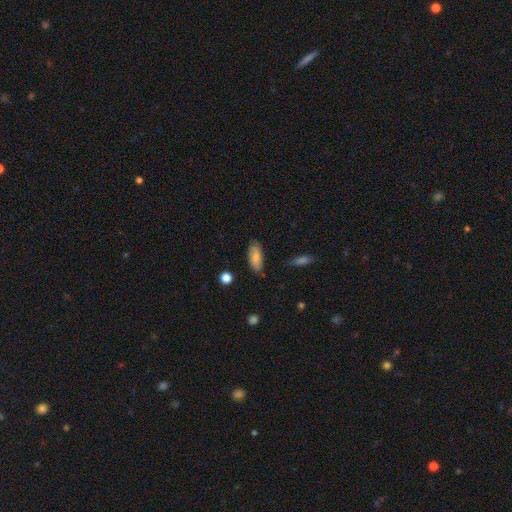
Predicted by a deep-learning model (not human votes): smooth_or_featured: smooth (p=0.78) [alt: featured or disk p=0.15]
how_rounded: in between (p=0.84) [alt: cigar-shaped p=0.13]
merging: none (p=0.79) [alt: minor disturbance p=0.16]